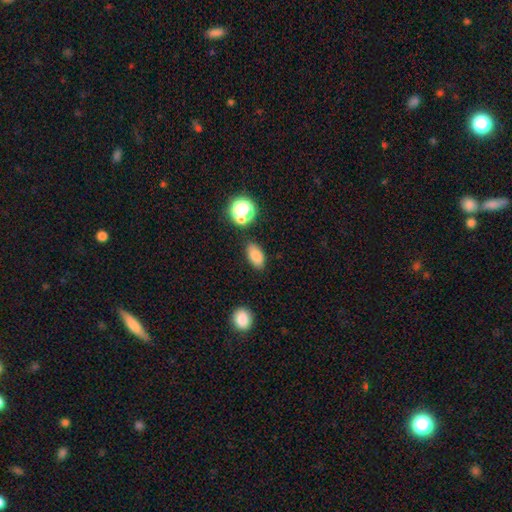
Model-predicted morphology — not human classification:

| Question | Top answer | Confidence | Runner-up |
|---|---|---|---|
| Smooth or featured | smooth | 81% | star or artifact (12%) |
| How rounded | in between | 88% | round (8%) |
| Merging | none | 82% | minor disturbance (11%) |